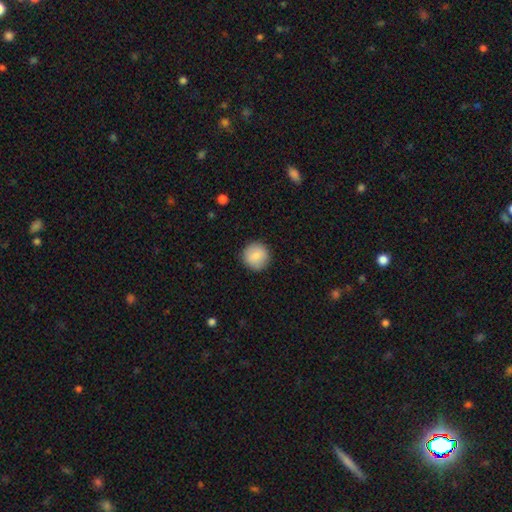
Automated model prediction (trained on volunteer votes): The model was most divided on "smooth or featured": smooth: 85%, featured or disk: 8%, star or artifact: 7%. More confident: how rounded — round (94%); merging — none (91%).